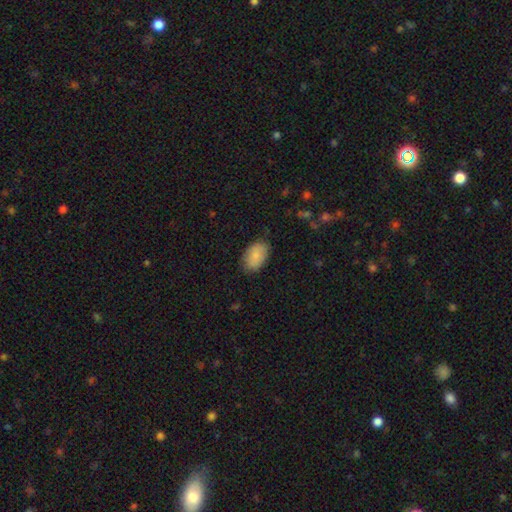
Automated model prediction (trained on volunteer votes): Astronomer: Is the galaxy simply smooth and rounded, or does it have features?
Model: smooth — 83%.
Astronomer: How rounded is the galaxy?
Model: in between — 91%.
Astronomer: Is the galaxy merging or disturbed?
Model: none — 79%.